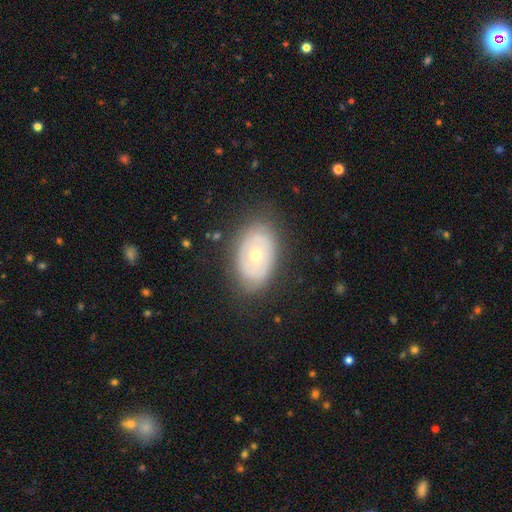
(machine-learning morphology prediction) Q: Smooth or featured?
A: featured or disk (59%); runner-up: smooth (35%)
Q: Edge-on disk?
A: no (93%); runner-up: yes (7%)
Q: Bar?
A: no (86%); runner-up: weak (11%)
Q: Spiral arms?
A: no (62%); runner-up: yes (38%)
Q: Bulge size?
A: moderate (57%); runner-up: small (39%)
Q: Merging?
A: none (78%); runner-up: minor disturbance (16%)